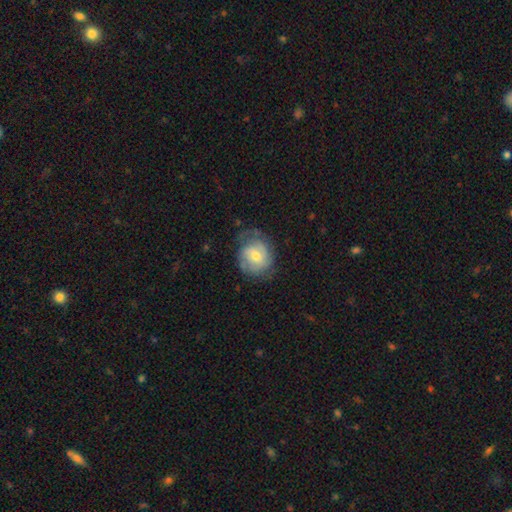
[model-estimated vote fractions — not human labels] Smooth or featured? featured or disk (54%)
Edge-on disk? no (97%)
Bar? no (62%)
Spiral arms? yes (78%)
Bulge size? moderate (55%)
Merging? none (58%)